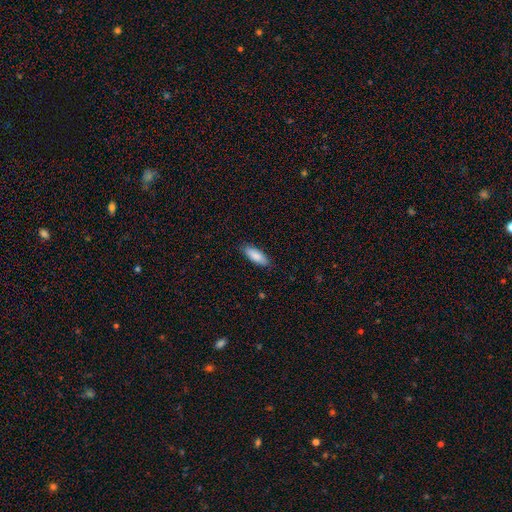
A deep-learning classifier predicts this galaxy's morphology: Overall: smooth (87%). How rounded: in between (69%). Merging: none (87%).